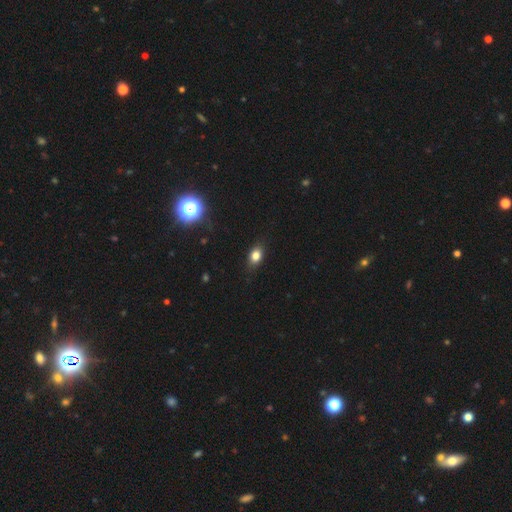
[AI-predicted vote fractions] smooth-or-featured: smooth: 78% | star or artifact: 12% | featured or disk: 10%
  how-rounded: in between: 74% | round: 23% | cigar-shaped: 3%
  merging: none: 83% | minor disturbance: 13% | major disturbance: 3% | merger: 1%